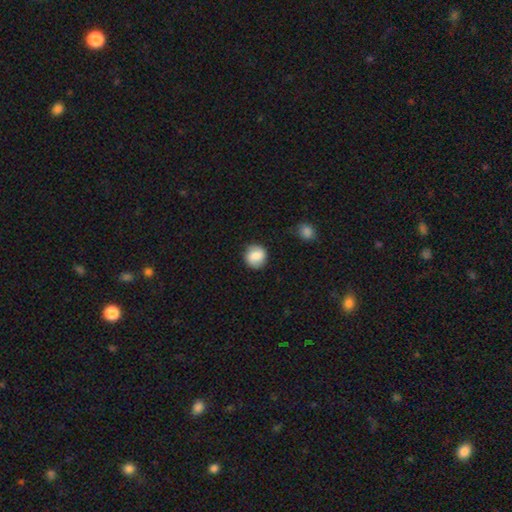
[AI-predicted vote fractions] Smooth or featured? smooth (80%)
How rounded? round (89%)
Merging? none (86%)